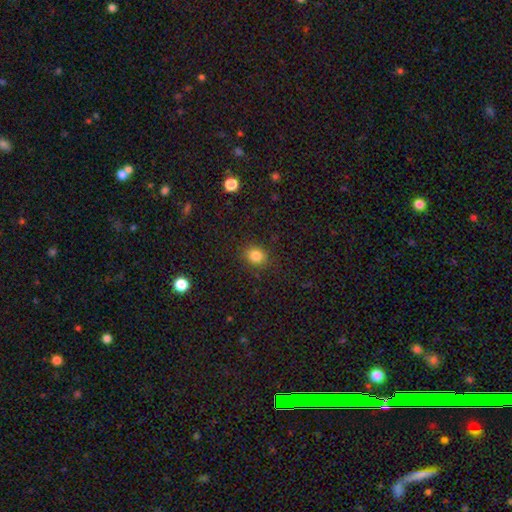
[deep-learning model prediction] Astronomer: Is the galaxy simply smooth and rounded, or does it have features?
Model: smooth — 83%.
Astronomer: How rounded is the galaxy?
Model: round — 69%.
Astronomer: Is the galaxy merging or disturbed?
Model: none — 86%.